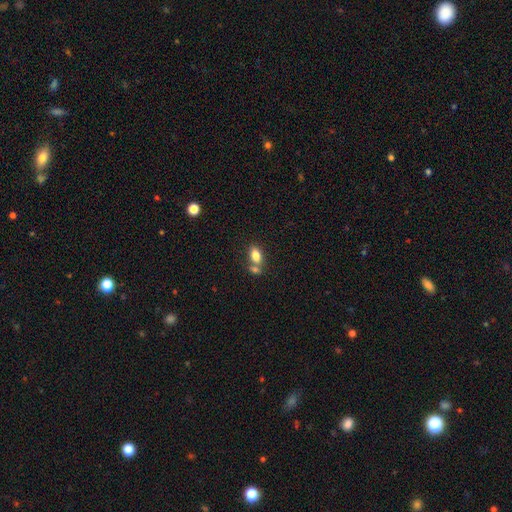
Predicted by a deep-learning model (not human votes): This is clearly a smooth galaxy (80%). How rounded: clearly in between (85%). Merging: possibly none (48%).